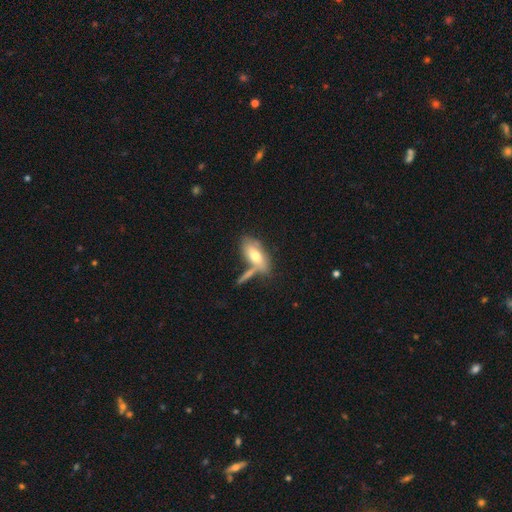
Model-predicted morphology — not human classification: type=smooth (65%); roundness=in between (83%); merging=none (49%).